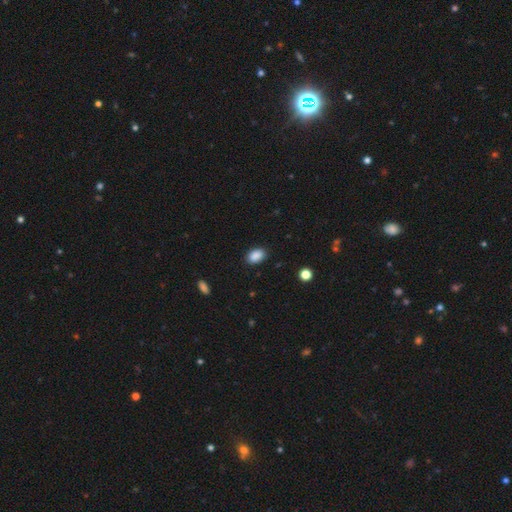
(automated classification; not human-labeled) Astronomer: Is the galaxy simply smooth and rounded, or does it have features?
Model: smooth — 89%.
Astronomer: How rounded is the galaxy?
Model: in between — 89%.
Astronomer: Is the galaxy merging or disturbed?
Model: none — 87%.